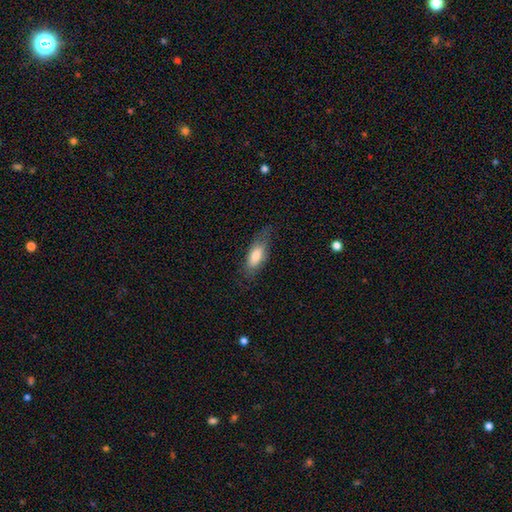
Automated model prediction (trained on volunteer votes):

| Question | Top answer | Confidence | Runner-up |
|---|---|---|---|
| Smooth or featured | smooth | 76% | featured or disk (18%) |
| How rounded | in between | 70% | cigar-shaped (27%) |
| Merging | none | 67% | minor disturbance (23%) |